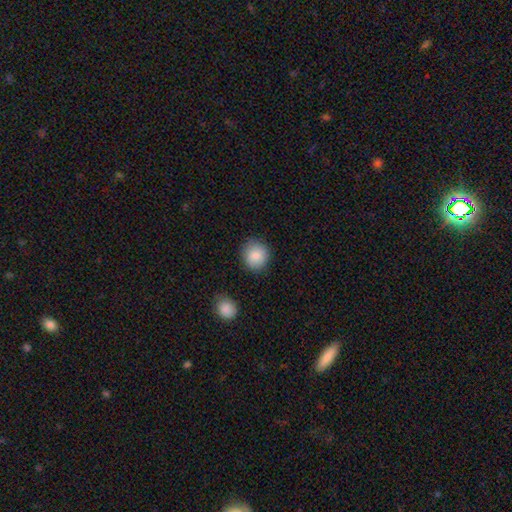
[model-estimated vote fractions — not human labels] Overall: smooth (87%). How rounded: round (89%). Merging: none (87%).